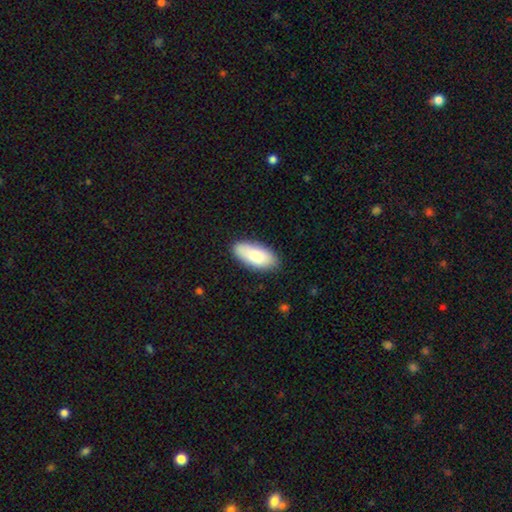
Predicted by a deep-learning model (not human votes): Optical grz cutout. It shows a smooth galaxy with no disk features (83%) that is in between round and cigar-shaped (89%). Merging: none (84%).